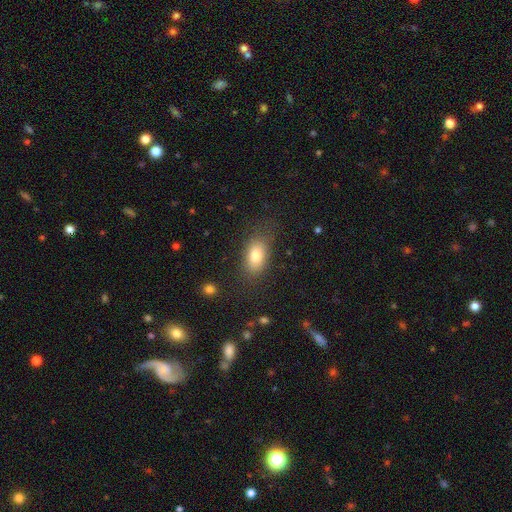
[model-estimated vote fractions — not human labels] Overall: smooth (80%). How rounded: in between (88%). Merging: none (75%).